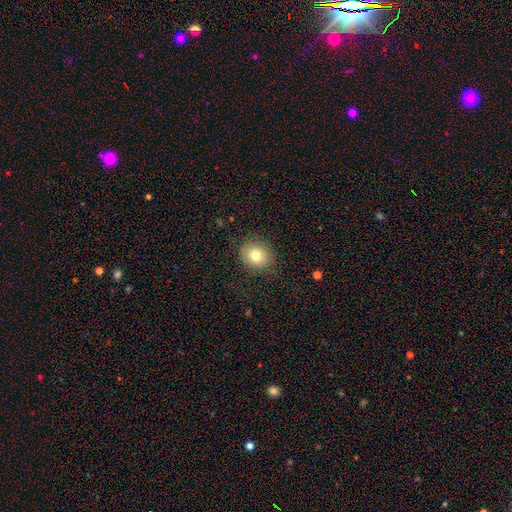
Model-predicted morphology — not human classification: A smooth galaxy with no disk features (79%) that is round (78%).

Vote fractions:
- Smooth or featured? smooth: 79% / star or artifact: 11% / featured or disk: 11%
- How rounded? round: 78% / in between: 21% / cigar-shaped: 1%
- Merging? none: 84% / minor disturbance: 11% / major disturbance: 4% / merger: 1%